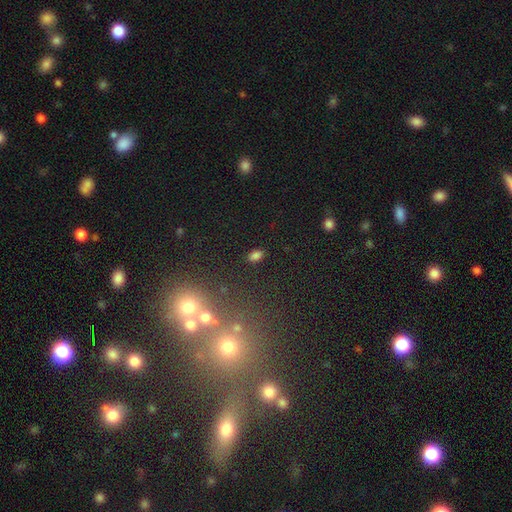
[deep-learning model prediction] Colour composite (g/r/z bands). It shows a smooth galaxy with no disk features (78%) that is in between round and cigar-shaped (87%). Merging: none (85%).